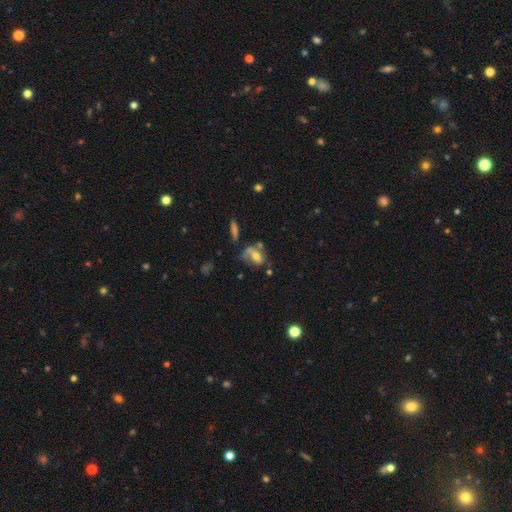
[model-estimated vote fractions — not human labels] Smooth or featured?
  - smooth: 49% *
  - featured or disk: 39%
  - star or artifact: 11%
Merging?
  - none: 34% *
  - major disturbance: 23%
  - merger: 22%
  - minor disturbance: 21%